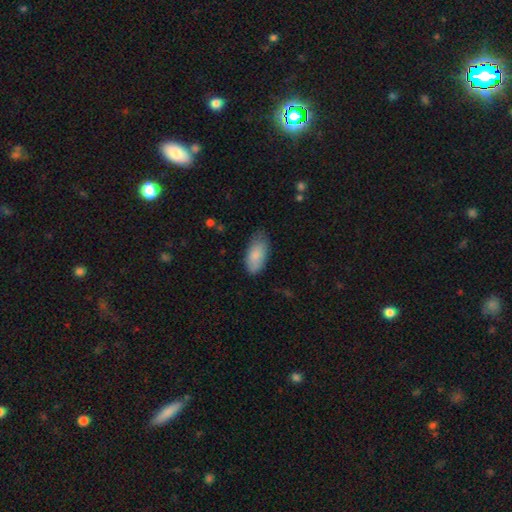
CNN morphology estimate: Smooth or featured: smooth — 83% (featured or disk — 11%)
How rounded: in between — 93% (cigar-shaped — 5%)
Merging: none — 65% (minor disturbance — 28%)